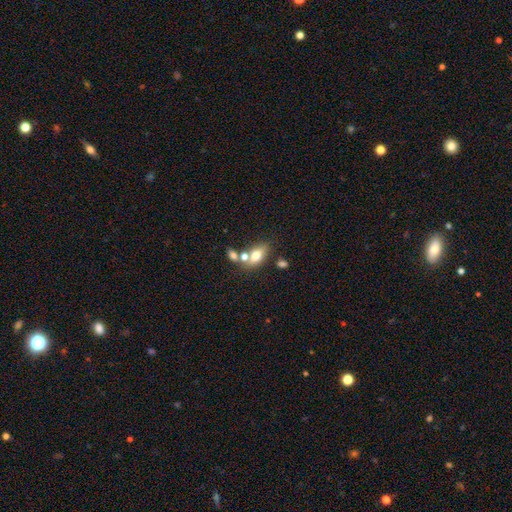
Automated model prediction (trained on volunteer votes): Smooth or featured: smooth — 71% (featured or disk — 20%)
How rounded: in between — 81% (round — 12%)
Merging: none — 47% (merger — 34%)